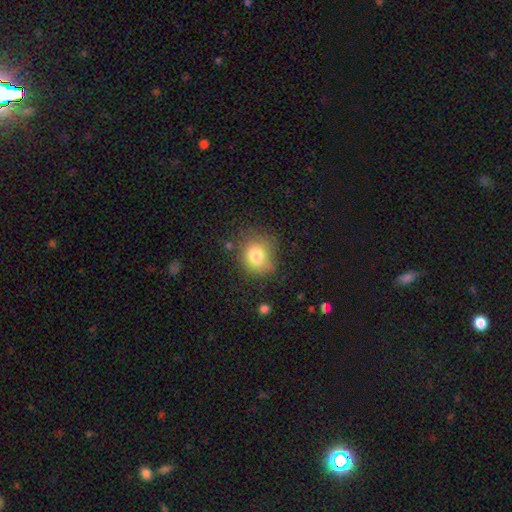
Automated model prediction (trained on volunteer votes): Smooth or featured: smooth — 79% (star or artifact — 11%)
How rounded: round — 76% (in between — 23%)
Merging: none — 69% (minor disturbance — 21%)